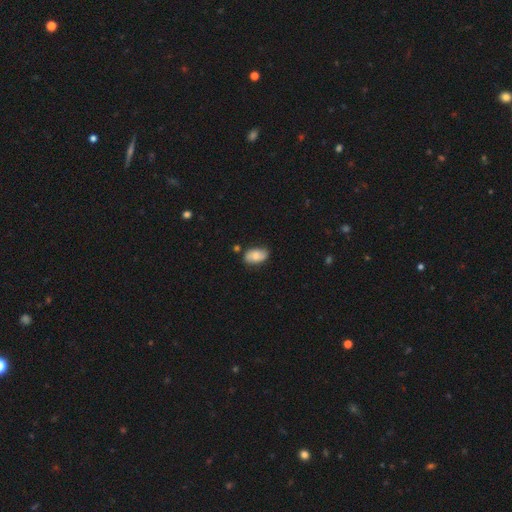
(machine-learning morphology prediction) A smooth galaxy with no disk features (76%) that is in between round and cigar-shaped (92%). Merging: none (77%).